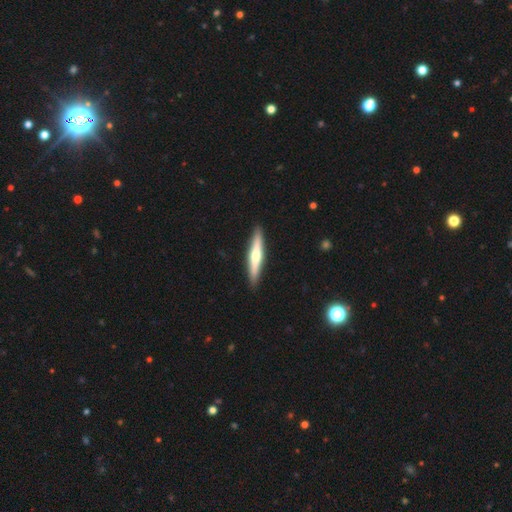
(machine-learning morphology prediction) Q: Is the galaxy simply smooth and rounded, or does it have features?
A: featured or disk — 53%.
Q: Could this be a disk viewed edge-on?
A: yes — 96%.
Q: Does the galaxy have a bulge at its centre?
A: rounded — 85%.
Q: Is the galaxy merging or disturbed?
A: none — 91%.